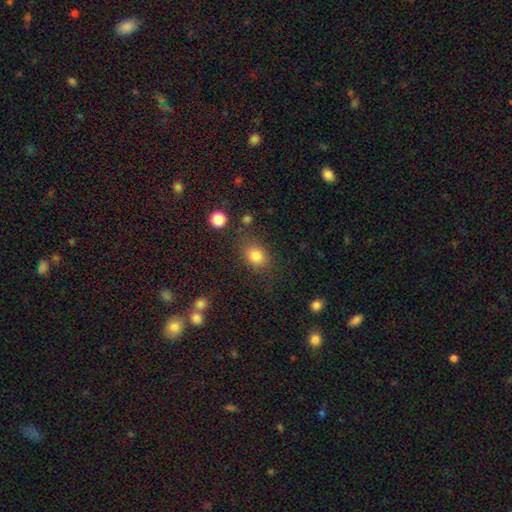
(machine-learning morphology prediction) A smooth galaxy with no disk features (84%) that is round (52%). Merging: none (75%).